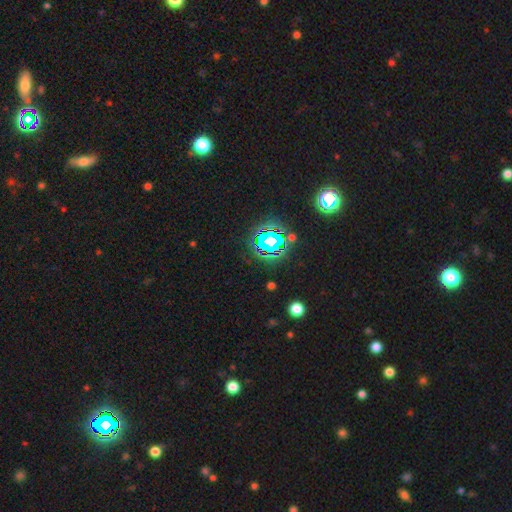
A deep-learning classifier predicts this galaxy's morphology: smooth-or-featured: star or artifact: 79% | smooth: 13% | featured or disk: 8%